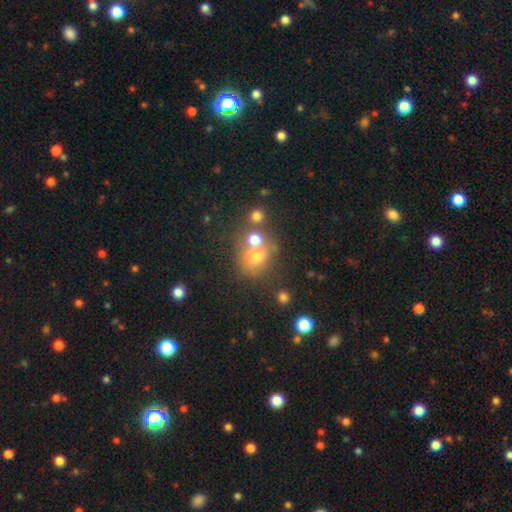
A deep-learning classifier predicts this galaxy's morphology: Q: Smooth or featured?
A: smooth (64%); runner-up: star or artifact (19%)
Q: How rounded?
A: round (71%); runner-up: in between (28%)
Q: Merging?
A: none (45%); runner-up: merger (37%)